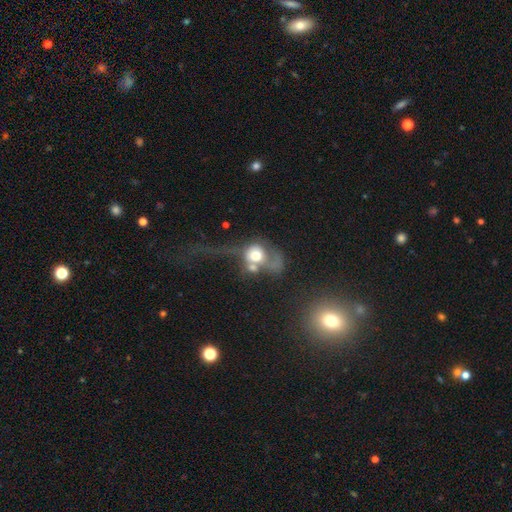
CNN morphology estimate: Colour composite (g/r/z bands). It shows a smooth galaxy with no disk features (50%). Merging: merger (42%).